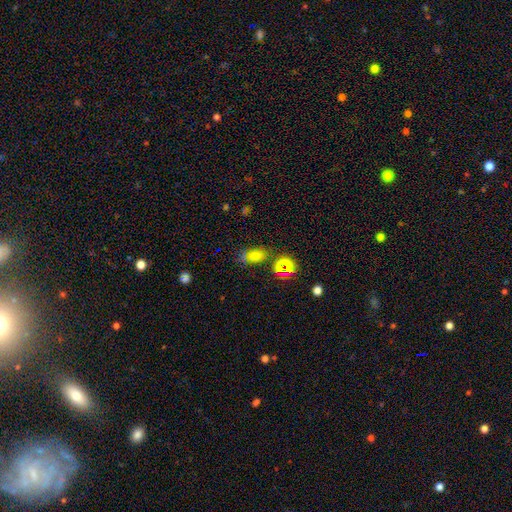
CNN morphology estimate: Smooth or featured? Predicted: smooth (p=0.68). How rounded? Predicted: in between (p=0.77). Merging? Predicted: none (p=0.63).